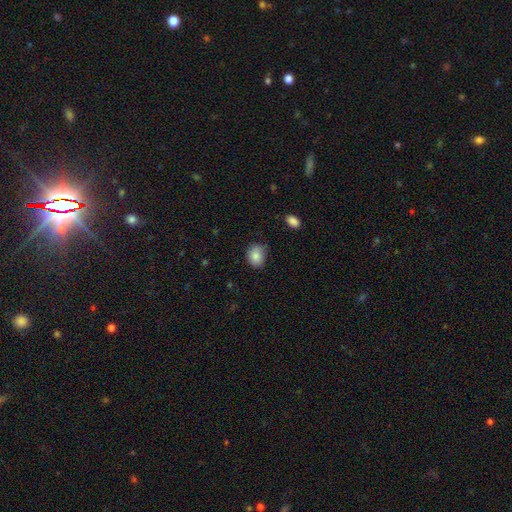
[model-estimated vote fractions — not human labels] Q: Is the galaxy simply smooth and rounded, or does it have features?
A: smooth — 84%.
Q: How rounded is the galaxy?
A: round — 57%.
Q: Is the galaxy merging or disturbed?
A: none — 68%.